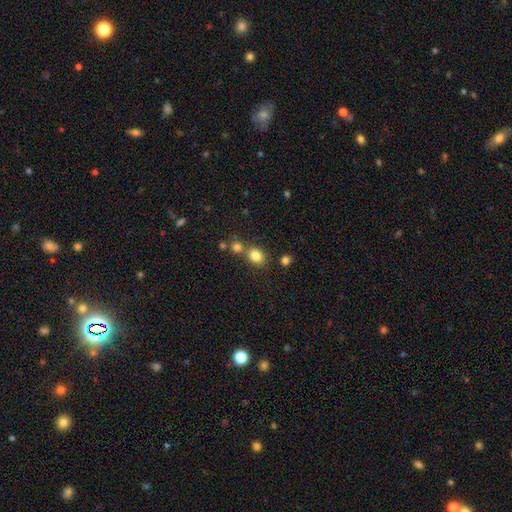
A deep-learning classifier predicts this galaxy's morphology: Smooth or featured: smooth — 82% (star or artifact — 12%)
How rounded: round — 66% (in between — 33%)
Merging: none — 63% (merger — 24%)